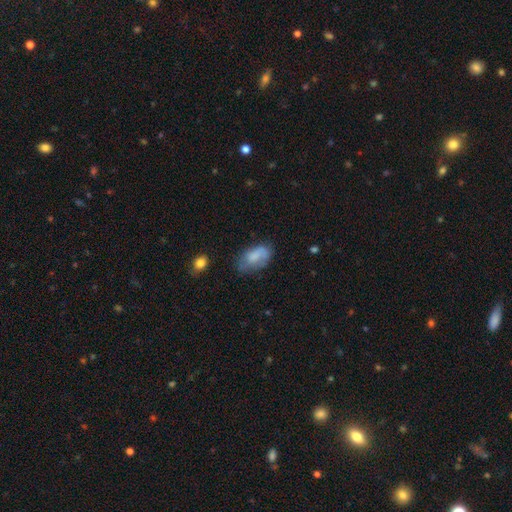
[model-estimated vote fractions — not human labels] smooth_or_featured: smooth (p=0.72) [alt: featured or disk p=0.19]
how_rounded: in between (p=0.91) [alt: round p=0.07]
merging: none (p=0.48) [alt: minor disturbance p=0.33]